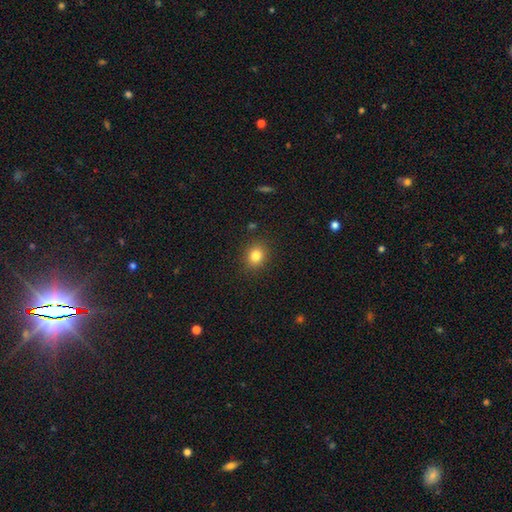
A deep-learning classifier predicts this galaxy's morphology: This appears to be a smooth galaxy with no disk features (83%) that is round (69%). Merging: none (88%).